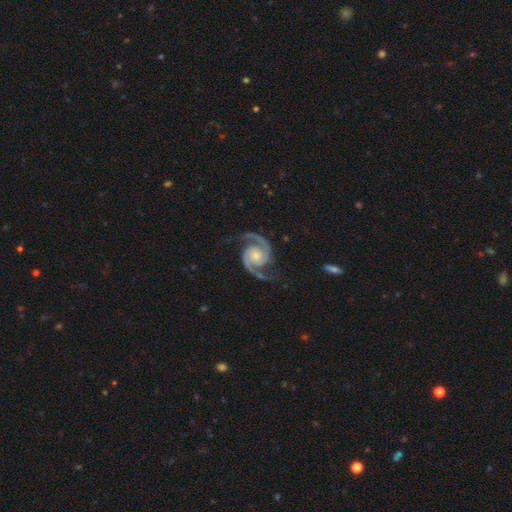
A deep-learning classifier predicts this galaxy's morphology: Smooth or featured?
  - featured or disk: 94% *
  - star or artifact: 4%
  - smooth: 2%
Edge-on disk?
  - no: 98% *
  - yes: 2%
Bar?
  - no: 71% *
  - weak: 22%
  - strong: 7%
Spiral arms?
  - yes: 99% *
  - no: 1%
Spiral winding?
  - medium: 62% *
  - tight: 24%
  - loose: 14%
Spiral arm count?
  - 2: 95% *
  - 3: 1%
  - can't tell: 1%
  - 1: 1%
  - 4: 1%
  - more than 4: 1%
Bulge size?
  - moderate: 45% *
  - small: 36%
  - none: 9%
  - large: 8%
  - dominant: 2%
Merging?
  - none: 80% *
  - minor disturbance: 13%
  - major disturbance: 5%
  - merger: 1%